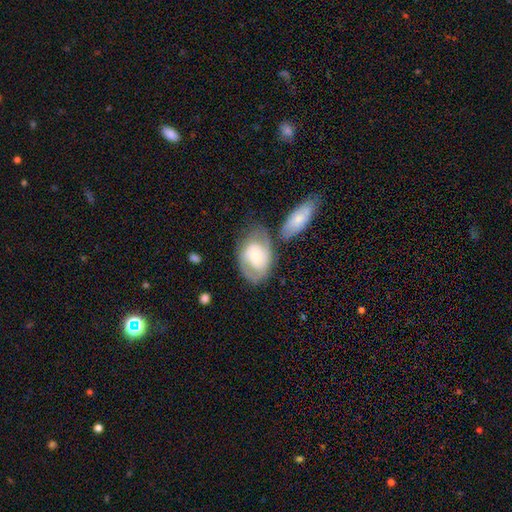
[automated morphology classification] Q: Smooth or featured?
A: featured or disk (57%); runner-up: smooth (37%)
Q: Edge-on disk?
A: no (94%); runner-up: yes (6%)
Q: Bar?
A: no (60%); runner-up: weak (31%)
Q: Spiral arms?
A: yes (77%); runner-up: no (23%)
Q: Bulge size?
A: small (50%); runner-up: moderate (41%)
Q: Merging?
A: none (50%); runner-up: merger (22%)